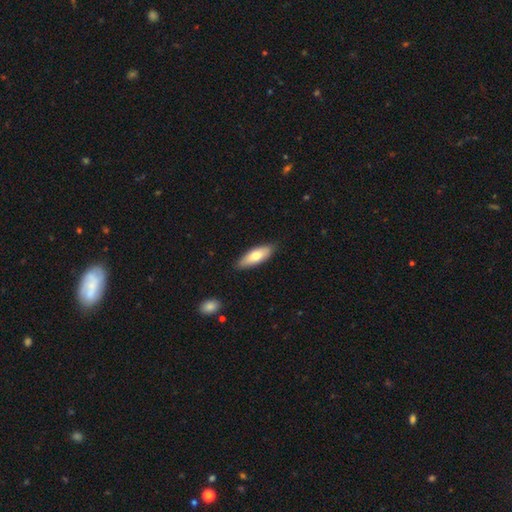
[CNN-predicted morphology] Smooth or featured: smooth — 72% (featured or disk — 22%)
How rounded: in between — 66% (cigar-shaped — 32%)
Merging: none — 87% (minor disturbance — 10%)